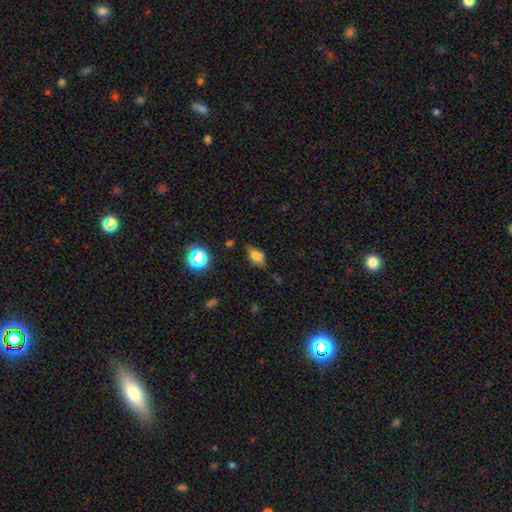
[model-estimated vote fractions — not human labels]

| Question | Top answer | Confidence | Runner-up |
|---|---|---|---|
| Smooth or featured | smooth | 59% | featured or disk (26%) |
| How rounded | in between | 79% | round (14%) |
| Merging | none | 58% | minor disturbance (28%) |